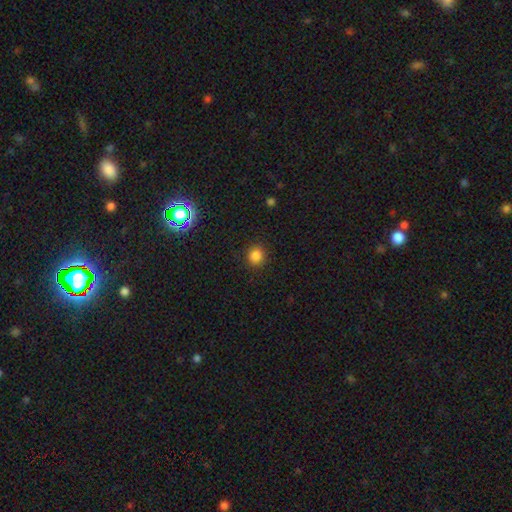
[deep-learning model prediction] A smooth galaxy with no disk features (83%) that is round (88%). Merging: none (90%).